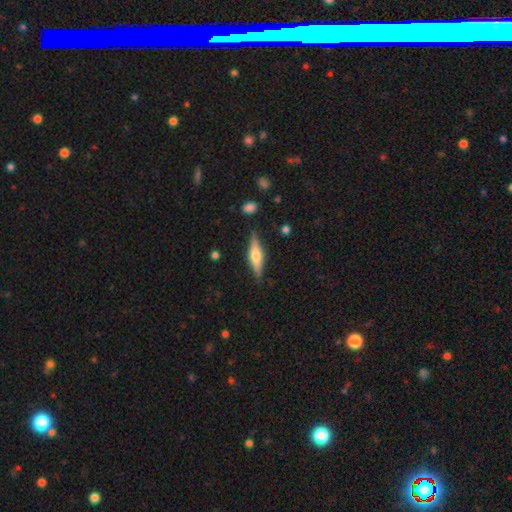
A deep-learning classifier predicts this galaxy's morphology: This appears to be a featured or disk galaxy (58%) viewed edge-on (95%) with a rounded central bulge (90%). Merging: none (85%).